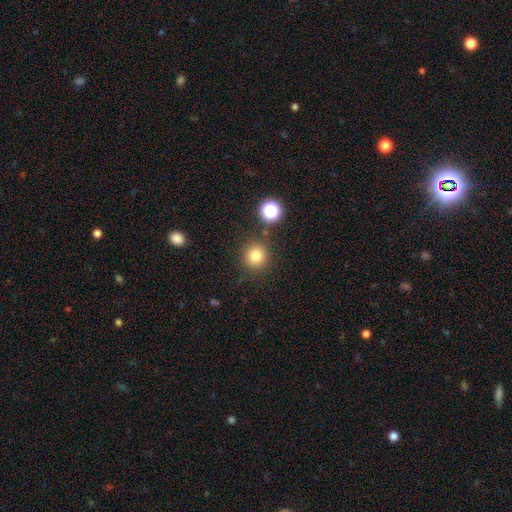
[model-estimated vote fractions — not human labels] This appears to be a smooth galaxy with no disk features (79%) that is round (93%). Merging: none (84%).